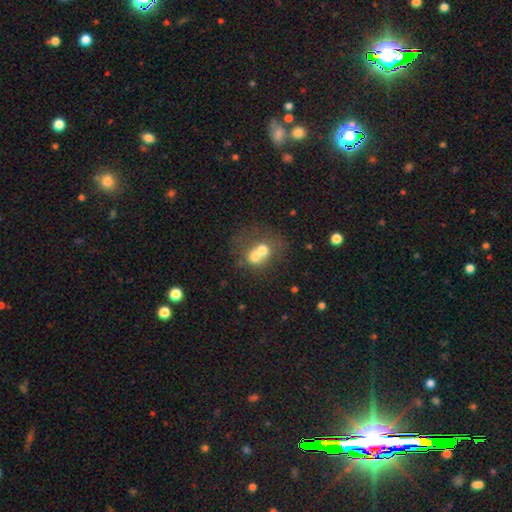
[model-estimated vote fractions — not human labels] Smooth or featured?
  - smooth: 61% *
  - featured or disk: 27%
  - star or artifact: 12%
How rounded?
  - round: 69% *
  - in between: 30%
  - cigar-shaped: 1%
Merging?
  - merger: 70% *
  - none: 20%
  - minor disturbance: 5%
  - major disturbance: 4%